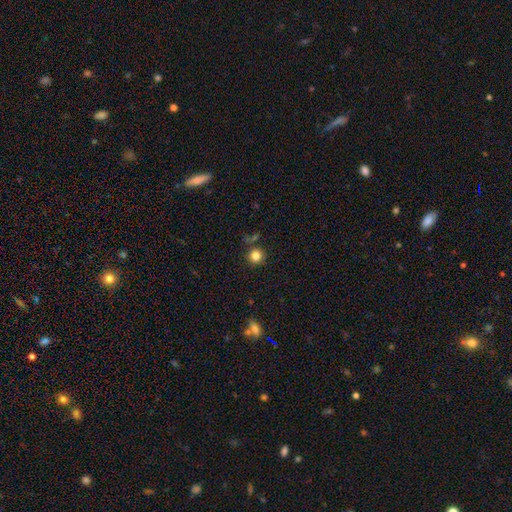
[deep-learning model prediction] This is clearly a smooth galaxy (82%). How rounded: clearly round (93%). Merging: clearly none (82%).